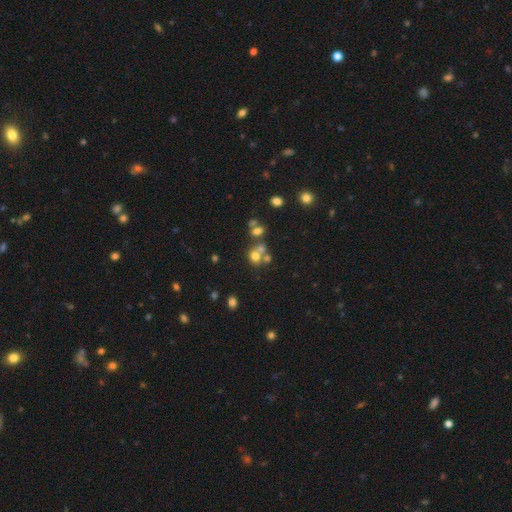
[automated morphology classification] A smooth galaxy with no disk features (62%) that is round (71%).

Vote fractions:
- Smooth or featured? smooth: 62% / star or artifact: 19% / featured or disk: 19%
- How rounded? round: 71% / in between: 28% / cigar-shaped: 1%
- Merging? merger: 46% / none: 39% / minor disturbance: 9% / major disturbance: 6%